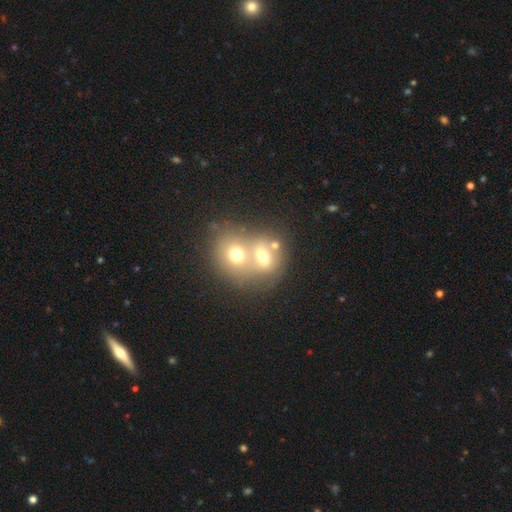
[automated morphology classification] smooth_or_featured: smooth (p=0.55) [alt: featured or disk p=0.29]
how_rounded: round (p=0.65) [alt: in between p=0.34]
merging: merger (p=0.74) [alt: none p=0.18]